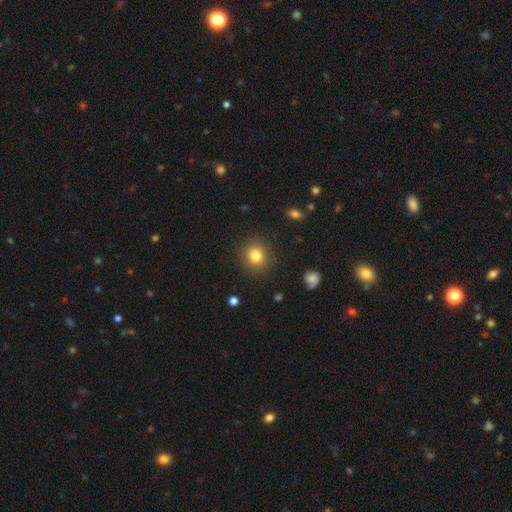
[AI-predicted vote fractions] Morphology: type=smooth (81%); roundness=round (85%); merging=none (88%).